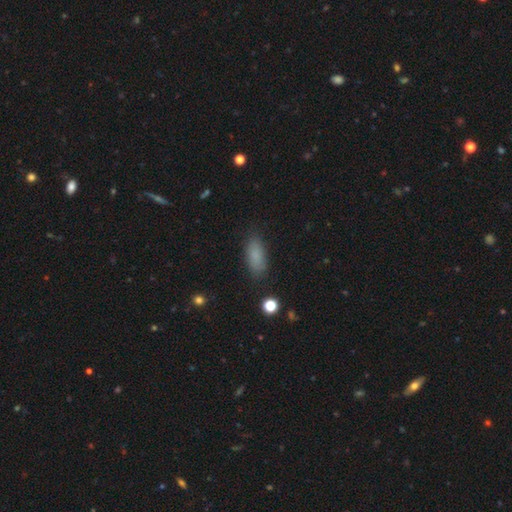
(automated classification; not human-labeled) The model was most divided on "how rounded": in between: 80%, cigar-shaped: 17%, round: 3%. More confident: merging — none (84%); smooth or featured — smooth (83%).